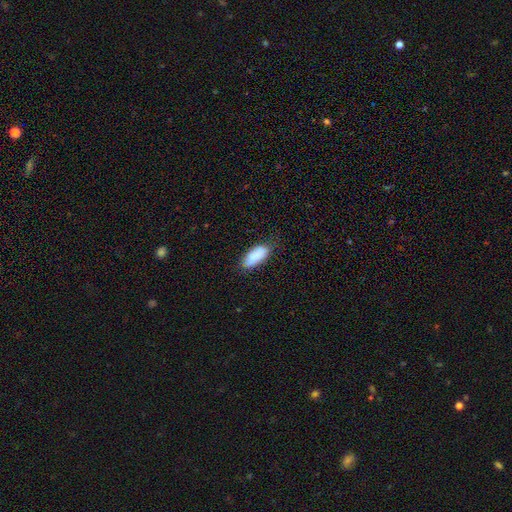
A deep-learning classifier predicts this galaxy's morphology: This appears to be a smooth galaxy with no disk features (84%) that is in between round and cigar-shaped (86%). Merging: none (66%).